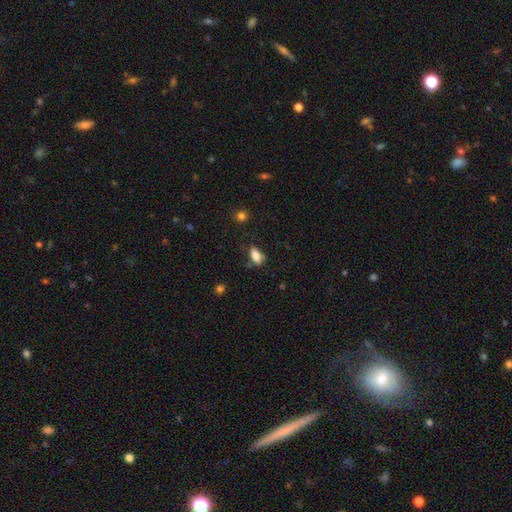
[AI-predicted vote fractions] This appears to be a smooth galaxy with no disk features (82%) that is in between round and cigar-shaped (84%). Merging: none (66%).